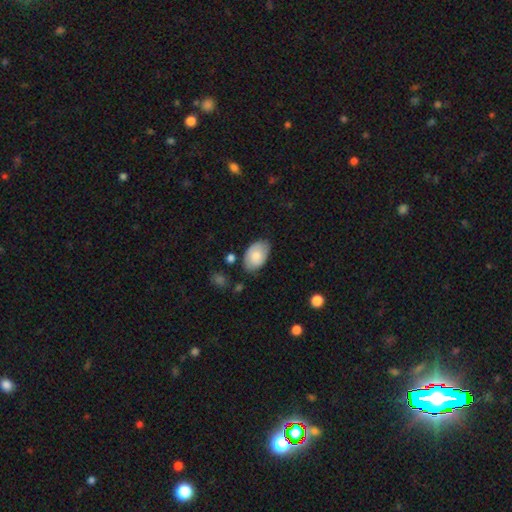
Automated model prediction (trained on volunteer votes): Q: Smooth or featured?
A: smooth (78%); runner-up: featured or disk (16%)
Q: How rounded?
A: in between (90%); runner-up: round (9%)
Q: Merging?
A: none (70%); runner-up: minor disturbance (23%)